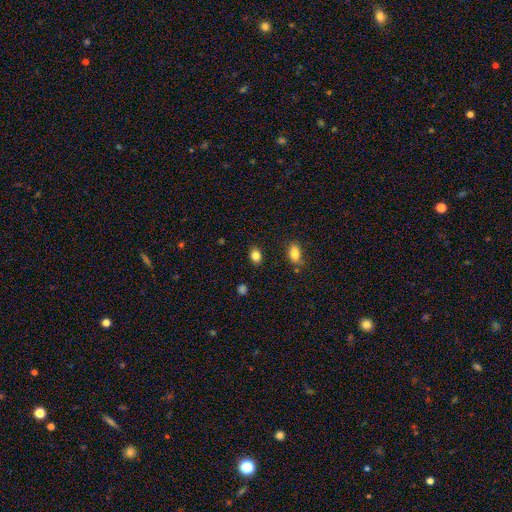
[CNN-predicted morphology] smooth-or-featured: smooth: 85% | star or artifact: 10% | featured or disk: 5%
  how-rounded: in between: 70% | round: 29% | cigar-shaped: 1%
  merging: none: 87% | minor disturbance: 9% | major disturbance: 2% | merger: 2%